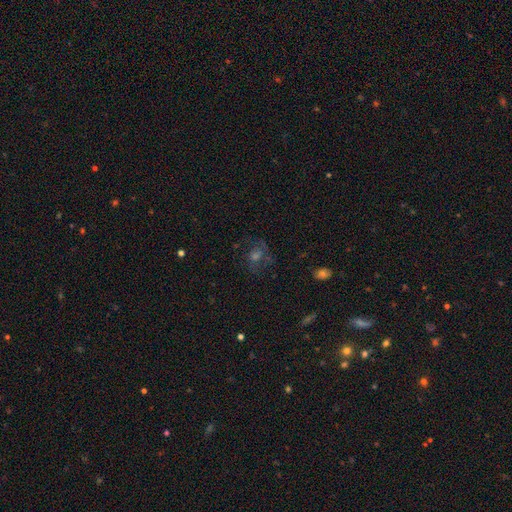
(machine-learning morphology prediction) Overall: featured or disk (38%; star or artifact 33%). Merging: none (68%).